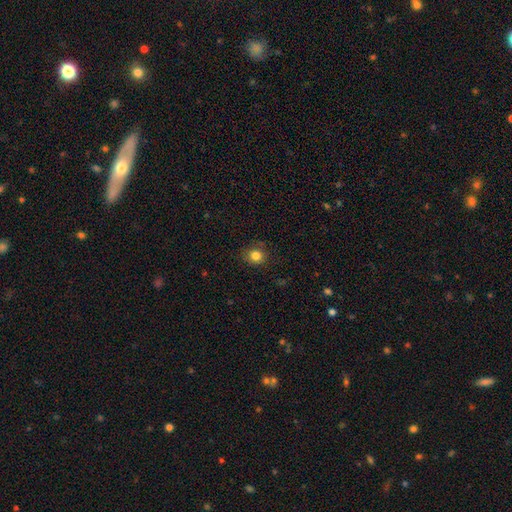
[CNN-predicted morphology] smooth-or-featured: smooth: 83% | star or artifact: 12% | featured or disk: 5%
  how-rounded: round: 84% | in between: 15% | cigar-shaped: 1%
  merging: none: 85% | minor disturbance: 11% | major disturbance: 3% | merger: 1%